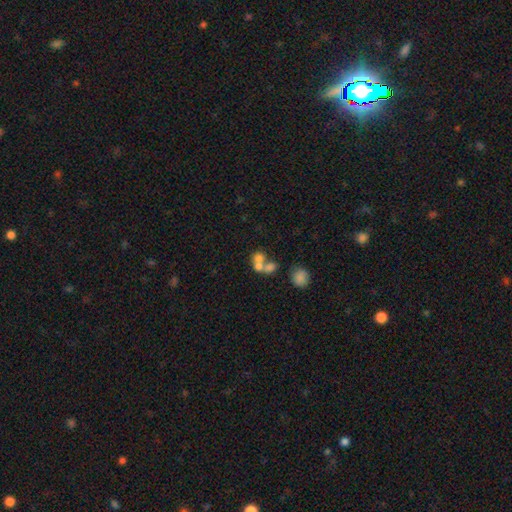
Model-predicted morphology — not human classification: Overall: smooth (47%; star or artifact 30%). Merging: merger (50%; none 36%).